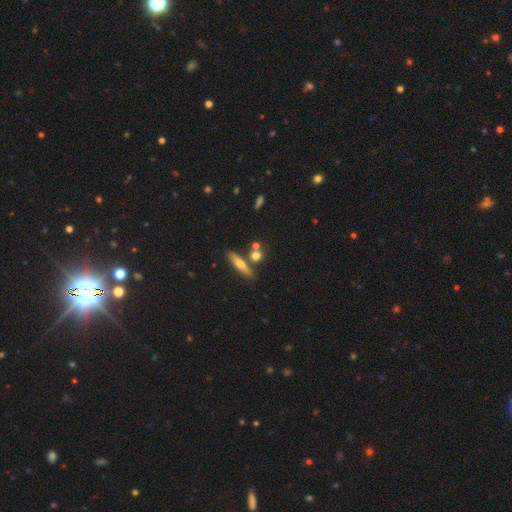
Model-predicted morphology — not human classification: The model was most divided on "how rounded": round: 53%, cigar-shaped: 27%, in between: 20%. More confident: merging — none (69%); smooth or featured — smooth (64%).